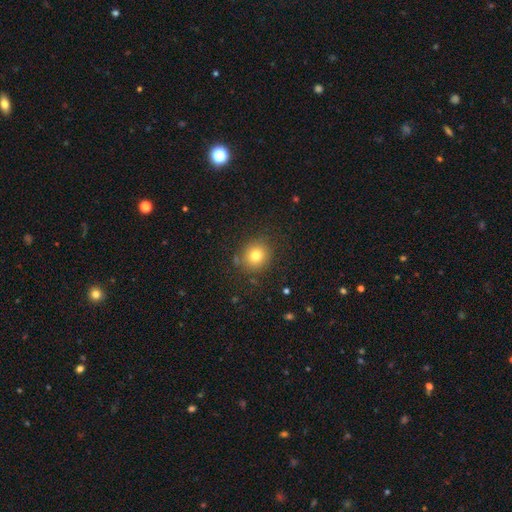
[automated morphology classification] Smooth or featured: smooth — 77% (star or artifact — 13%)
How rounded: round — 85% (in between — 14%)
Merging: none — 84% (minor disturbance — 10%)